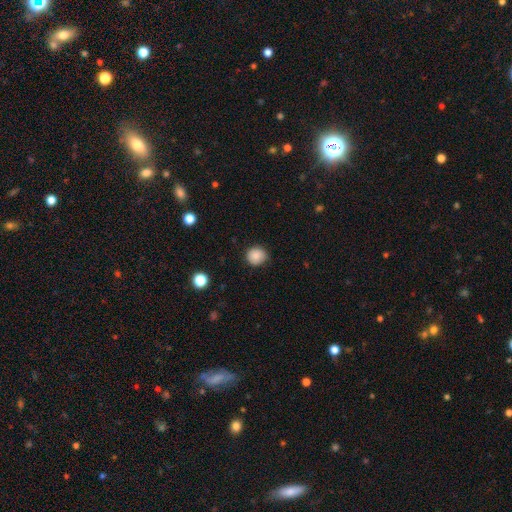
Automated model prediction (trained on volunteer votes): Smooth or featured? Predicted: smooth (p=0.86). How rounded? Predicted: round (p=0.88). Merging? Predicted: none (p=0.80).